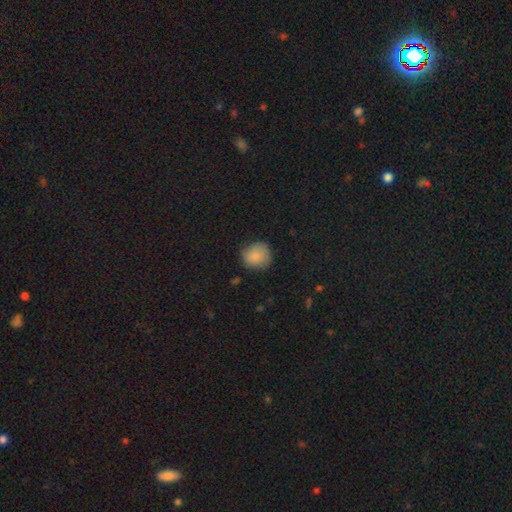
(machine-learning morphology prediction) The model was most divided on "merging": none: 77%, minor disturbance: 18%, major disturbance: 4%, merger: 1%. More confident: how rounded — round (87%); smooth or featured — smooth (85%).